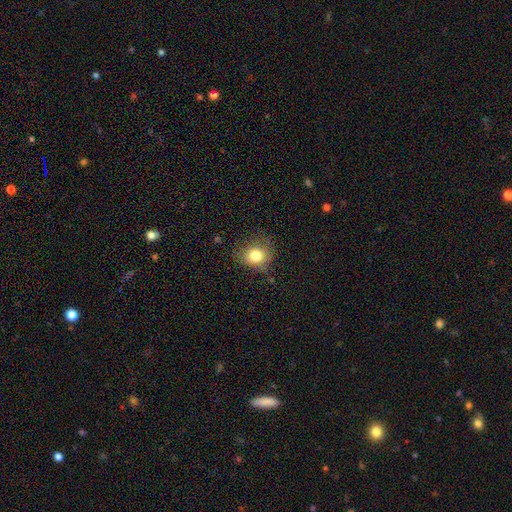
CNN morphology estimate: A smooth galaxy with no disk features (80%) that is round (68%).

Vote fractions:
- Smooth or featured? smooth: 80% / star or artifact: 11% / featured or disk: 9%
- How rounded? round: 68% / in between: 31% / cigar-shaped: 1%
- Merging? none: 68% / minor disturbance: 22% / major disturbance: 8% / merger: 2%